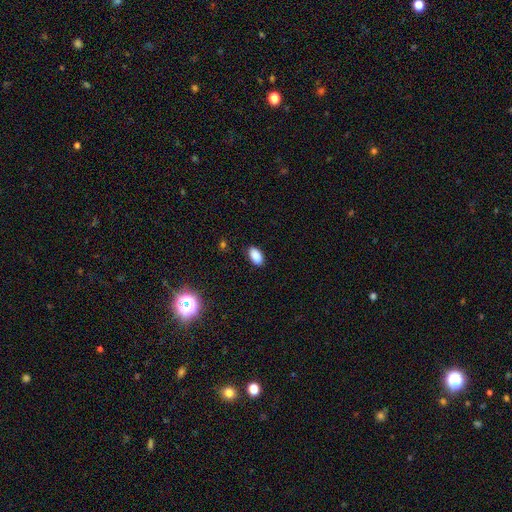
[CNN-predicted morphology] A smooth galaxy with no disk features (88%) that is in between round and cigar-shaped (93%). Merging: none (87%).